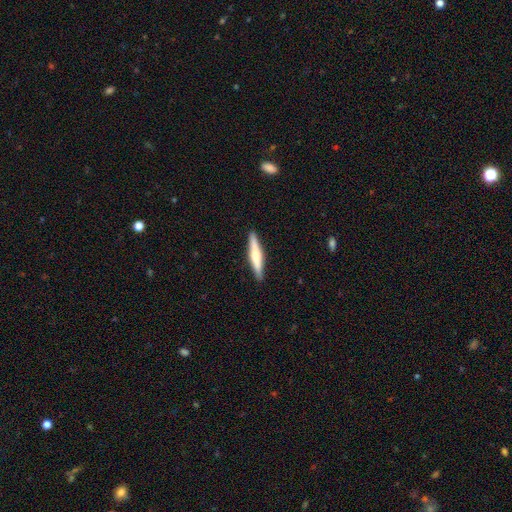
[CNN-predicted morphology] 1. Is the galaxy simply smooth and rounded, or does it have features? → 53% featured or disk, 42% smooth, 5% star or artifact.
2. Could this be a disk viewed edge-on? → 97% yes, 3% no.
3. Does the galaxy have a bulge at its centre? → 77% rounded, 12% none, 11% boxy.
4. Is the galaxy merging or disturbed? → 91% none, 6% minor disturbance, 1% major disturbance, 1% merger.